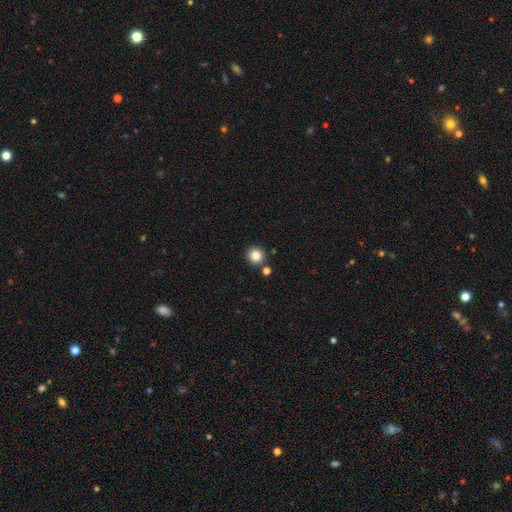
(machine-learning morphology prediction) type=smooth (85%); roundness=round (94%); merging=none (86%).